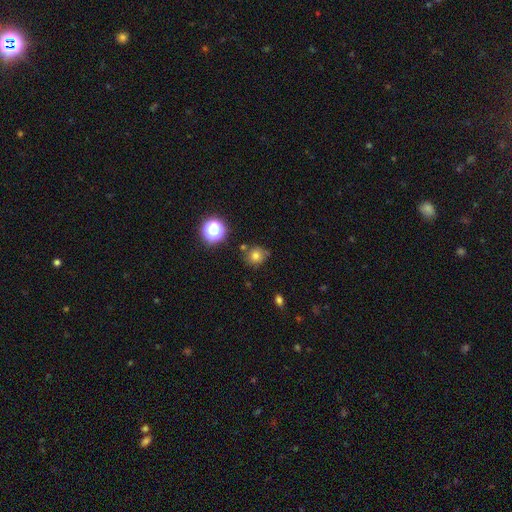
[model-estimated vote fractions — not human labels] Smooth or featured?
  - smooth: 73% *
  - star or artifact: 17%
  - featured or disk: 9%
How rounded?
  - round: 85% *
  - in between: 14%
  - cigar-shaped: 1%
Merging?
  - none: 72% *
  - minor disturbance: 18%
  - merger: 6%
  - major disturbance: 4%